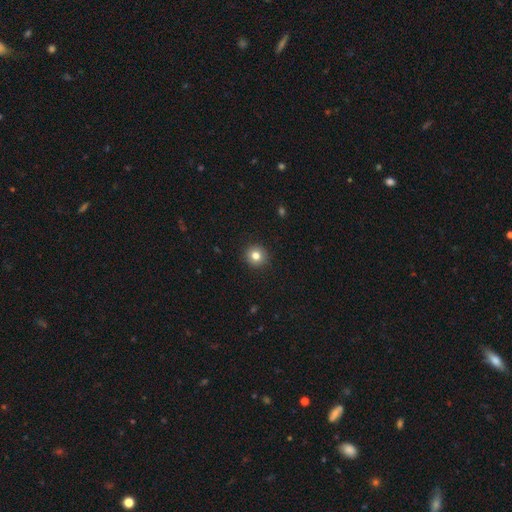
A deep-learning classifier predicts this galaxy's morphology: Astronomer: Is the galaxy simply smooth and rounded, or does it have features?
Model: smooth — 81%.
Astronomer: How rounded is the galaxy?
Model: round — 91%.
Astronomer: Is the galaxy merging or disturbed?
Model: none — 92%.